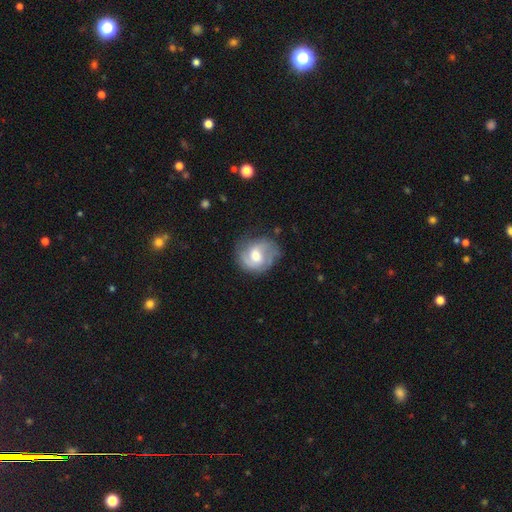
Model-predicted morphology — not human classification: Overall: featured or disk (64%; smooth 30%). Edge-on disk: no (97%). Bar: weak (48%; no 41%). Spiral arms: yes (85%). Spiral arm count: 2 (69%). Spiral winding: medium (46%; tight 30%). Bulge size: moderate (65%). Merging: none (64%).